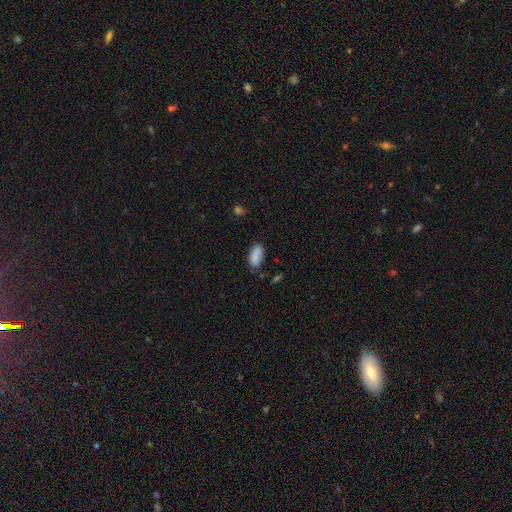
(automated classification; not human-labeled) This is clearly a smooth galaxy (87%). How rounded: clearly in between (90%). Merging: likely none (75%).